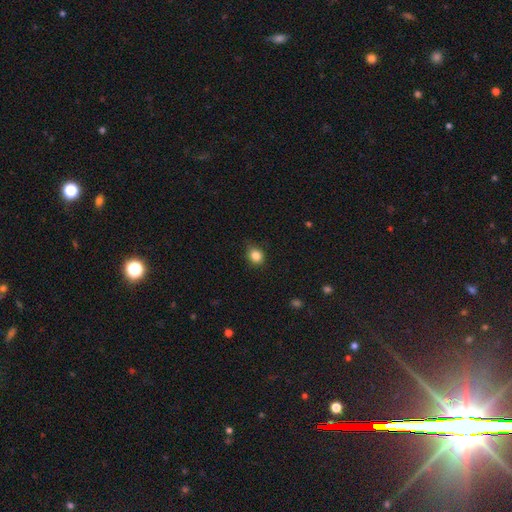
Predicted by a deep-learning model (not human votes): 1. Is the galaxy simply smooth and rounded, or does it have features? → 85% smooth, 11% star or artifact, 5% featured or disk.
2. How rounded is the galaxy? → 67% round, 32% in between, 1% cigar-shaped.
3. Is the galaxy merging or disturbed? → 80% none, 16% minor disturbance, 3% major disturbance, 1% merger.